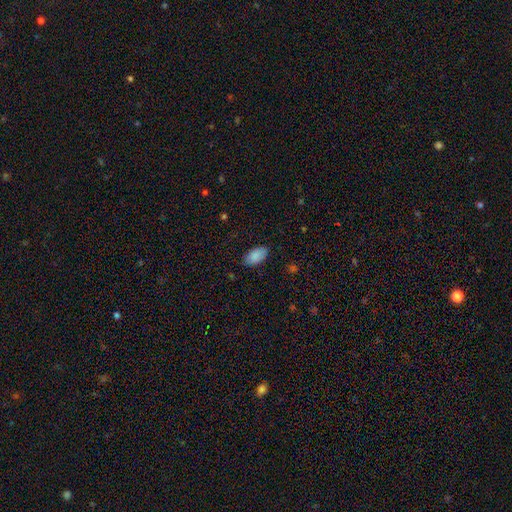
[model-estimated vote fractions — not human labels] Morphology: type=smooth (89%); roundness=in between (95%); merging=none (84%).